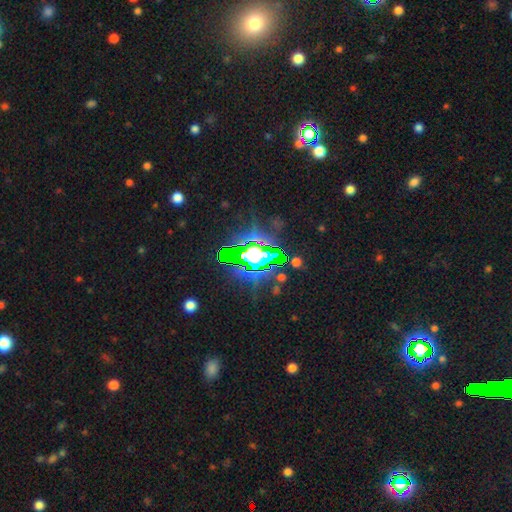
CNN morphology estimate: This appears to be a star or artifact, not a galaxy (71%).